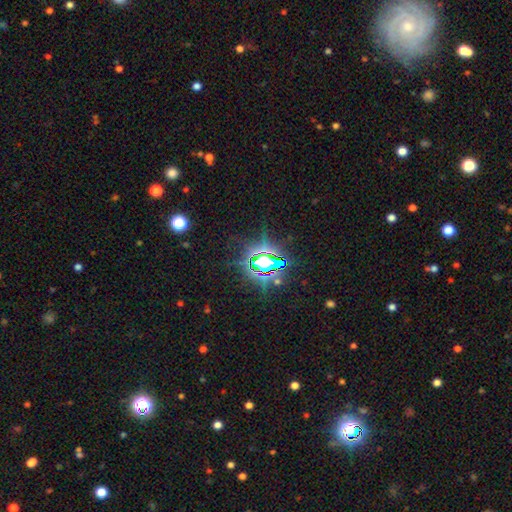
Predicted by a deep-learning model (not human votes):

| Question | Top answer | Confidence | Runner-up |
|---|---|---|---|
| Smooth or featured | star or artifact | 81% | smooth (11%) |